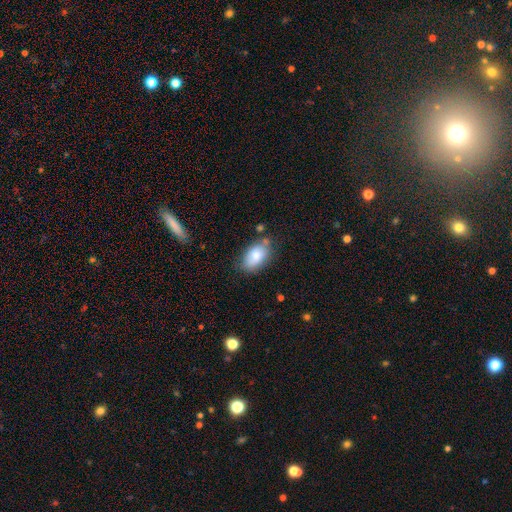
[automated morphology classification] This appears to be a smooth galaxy with no disk features (82%) that is in between round and cigar-shaped (93%). Merging: none (68%).